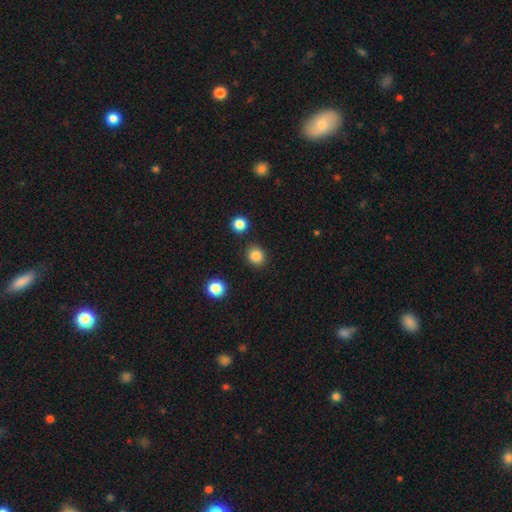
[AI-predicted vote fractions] smooth_or_featured: smooth (p=0.86) [alt: star or artifact p=0.11]
how_rounded: round (p=0.78) [alt: in between p=0.22]
merging: none (p=0.87) [alt: minor disturbance p=0.07]